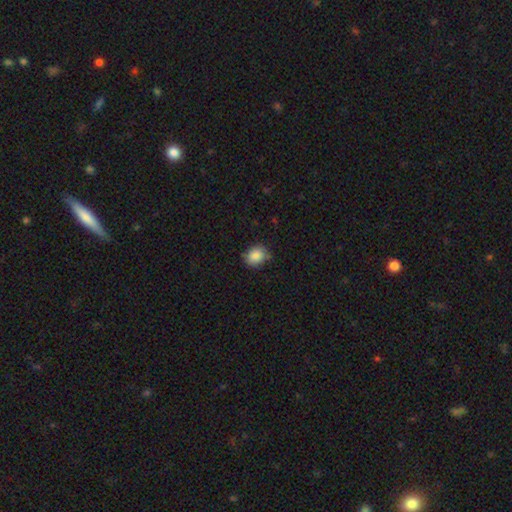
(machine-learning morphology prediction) Q: Smooth or featured?
A: smooth (86%); runner-up: star or artifact (8%)
Q: How rounded?
A: round (63%); runner-up: in between (36%)
Q: Merging?
A: none (76%); runner-up: minor disturbance (19%)